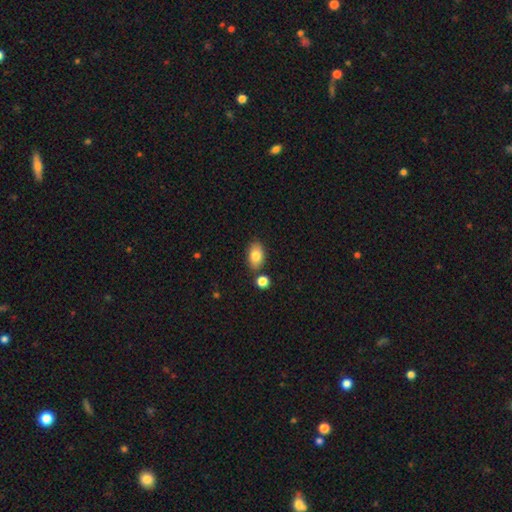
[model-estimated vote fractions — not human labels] Smooth or featured?
  - smooth: 82% *
  - featured or disk: 10%
  - star or artifact: 8%
How rounded?
  - in between: 89% *
  - round: 10%
  - cigar-shaped: 2%
Merging?
  - none: 79% *
  - minor disturbance: 11%
  - merger: 7%
  - major disturbance: 3%